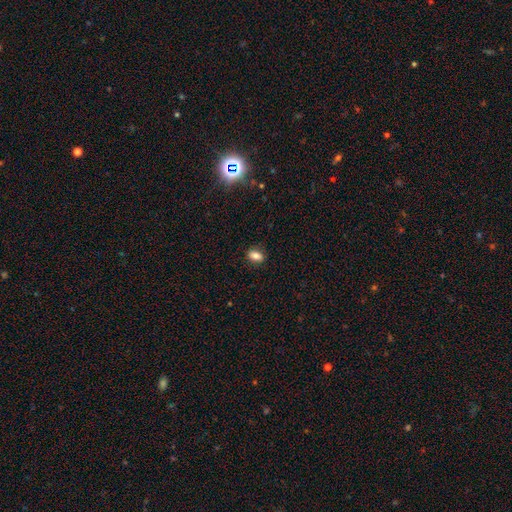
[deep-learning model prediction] A smooth galaxy with no disk features (82%) that is in between round and cigar-shaped (79%). Merging: none (87%).